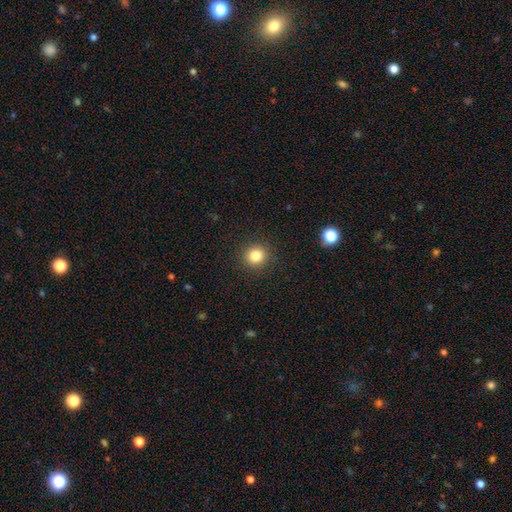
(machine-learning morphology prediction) Smooth or featured? smooth (83%)
How rounded? round (91%)
Merging? none (91%)